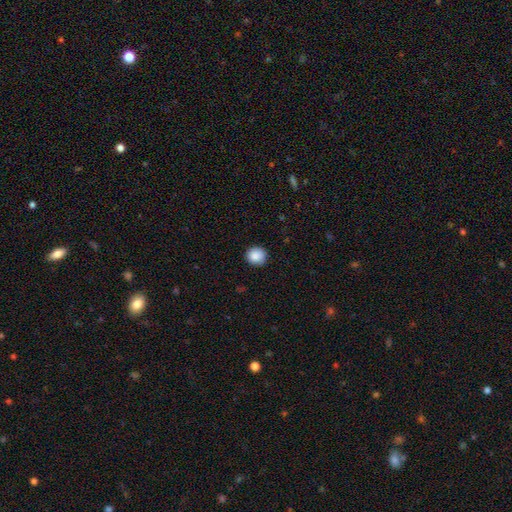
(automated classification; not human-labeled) Smooth or featured: smooth — 89% (star or artifact — 9%)
How rounded: round — 88% (in between — 11%)
Merging: none — 90% (minor disturbance — 8%)